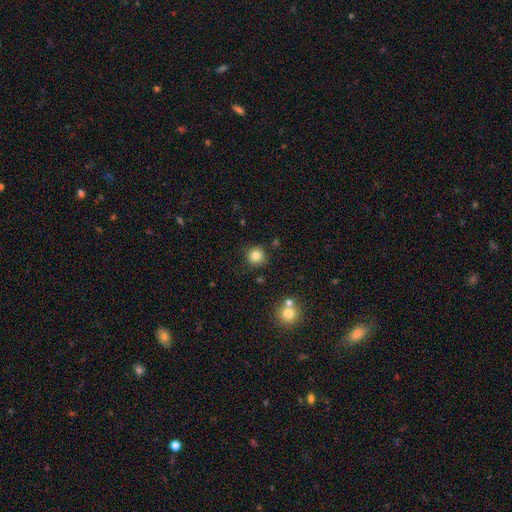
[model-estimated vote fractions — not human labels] Smooth or featured? Predicted: smooth (p=0.82). How rounded? Predicted: round (p=0.94). Merging? Predicted: none (p=0.86).